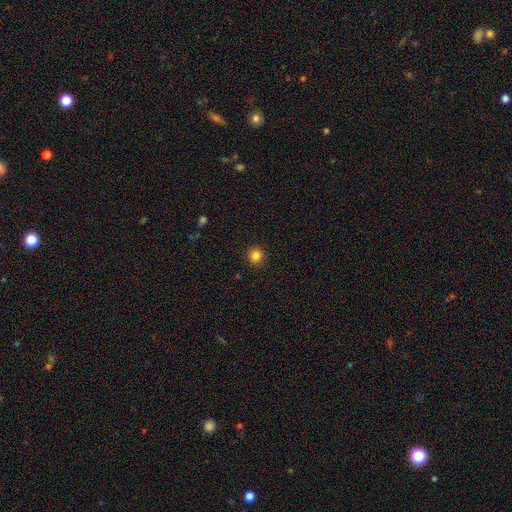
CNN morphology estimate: This is clearly a smooth galaxy (84%). How rounded: clearly round (93%). Merging: clearly none (92%).